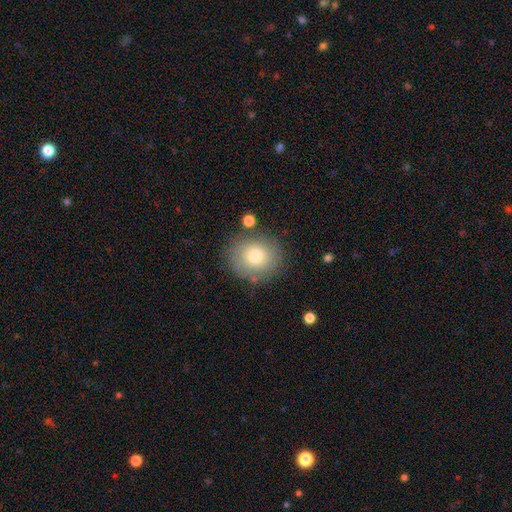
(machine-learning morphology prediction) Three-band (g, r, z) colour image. It shows a smooth galaxy with no disk features (75%) that is round (80%). Merging: none (79%).